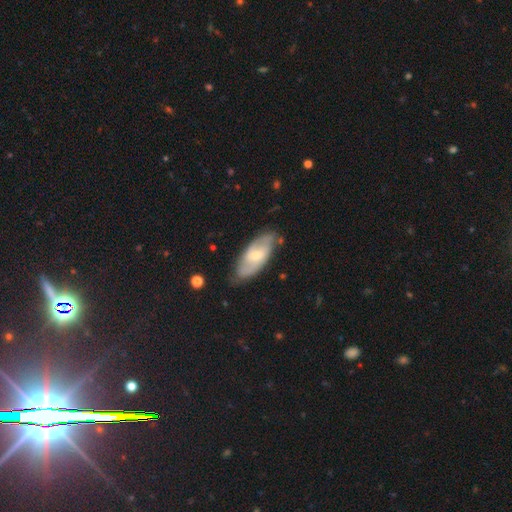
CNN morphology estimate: The model was most divided on "bar": weak: 45%, no: 39%, strong: 15%. More confident: edge-on disk — no (89%); spiral arms — yes (78%); merging — none (74%); smooth or featured — featured or disk (61%); bulge size — small (54%).